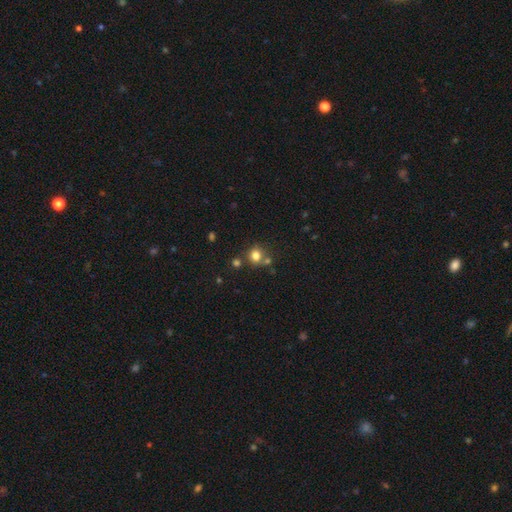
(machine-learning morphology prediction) Q: Smooth or featured?
A: smooth (77%); runner-up: star or artifact (15%)
Q: How rounded?
A: round (85%); runner-up: in between (14%)
Q: Merging?
A: none (66%); runner-up: merger (19%)